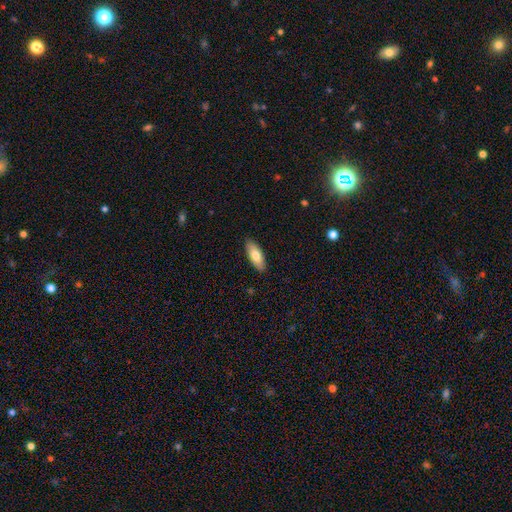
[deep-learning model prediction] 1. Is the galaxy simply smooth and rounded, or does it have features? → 75% smooth, 19% featured or disk, 6% star or artifact.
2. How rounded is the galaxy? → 74% in between, 24% cigar-shaped, 2% round.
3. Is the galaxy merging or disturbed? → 88% none, 9% minor disturbance, 2% major disturbance, 1% merger.